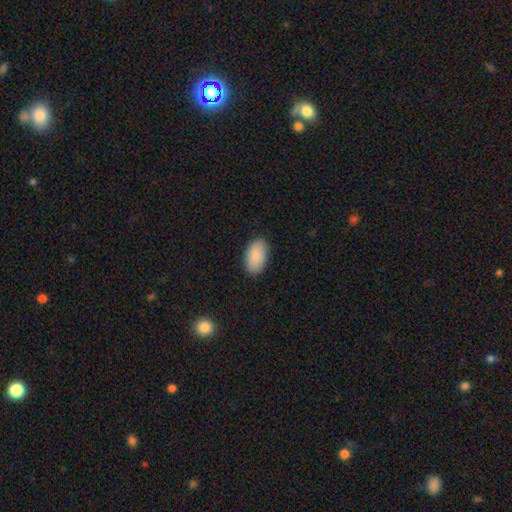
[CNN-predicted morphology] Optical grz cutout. It shows a smooth galaxy with no disk features (88%) that is in between round and cigar-shaped (94%). Merging: none (88%).